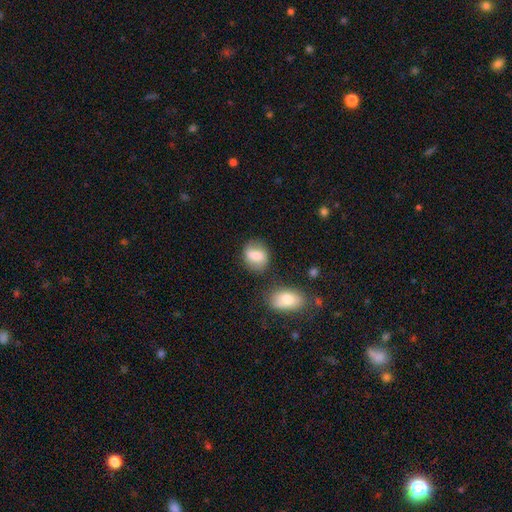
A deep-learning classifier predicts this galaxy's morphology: A smooth galaxy with no disk features (77%) that is in between round and cigar-shaped (52%). Merging: none (71%).